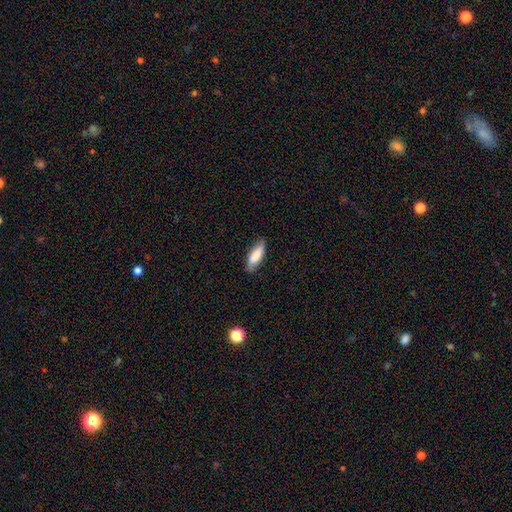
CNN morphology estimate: Smooth or featured: smooth — 76% (featured or disk — 17%)
How rounded: in between — 64% (cigar-shaped — 34%)
Merging: none — 76% (minor disturbance — 19%)